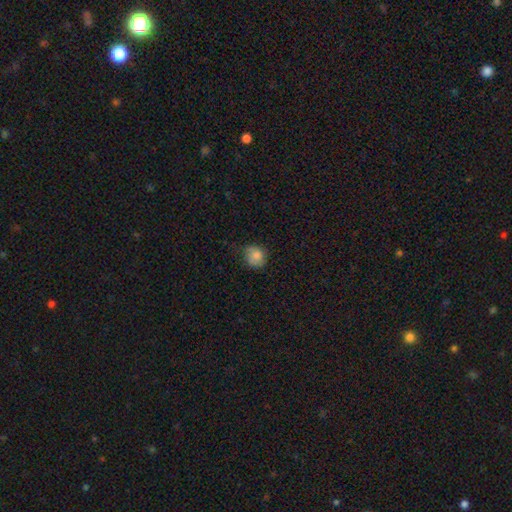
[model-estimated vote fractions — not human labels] Smooth or featured? Predicted: smooth (p=0.80). How rounded? Predicted: round (p=0.77). Merging? Predicted: none (p=0.66).